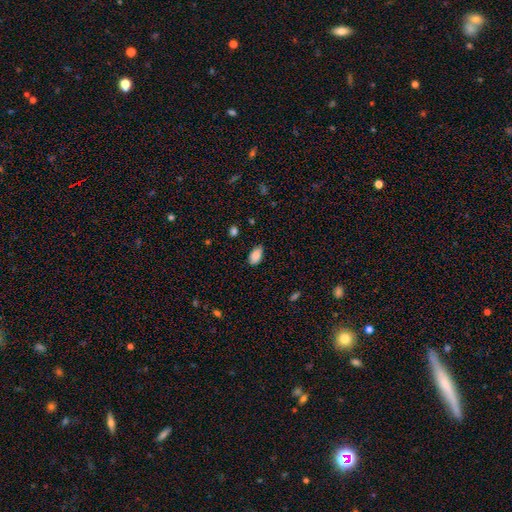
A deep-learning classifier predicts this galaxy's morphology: A smooth galaxy with no disk features (87%) that is in between round and cigar-shaped (94%). Merging: none (78%).